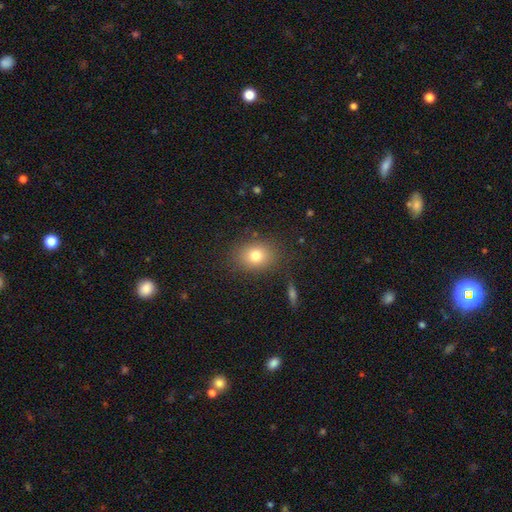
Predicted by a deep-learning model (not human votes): Smooth or featured: smooth — 78% (star or artifact — 12%)
How rounded: in between — 50% (round — 49%)
Merging: none — 84% (minor disturbance — 10%)